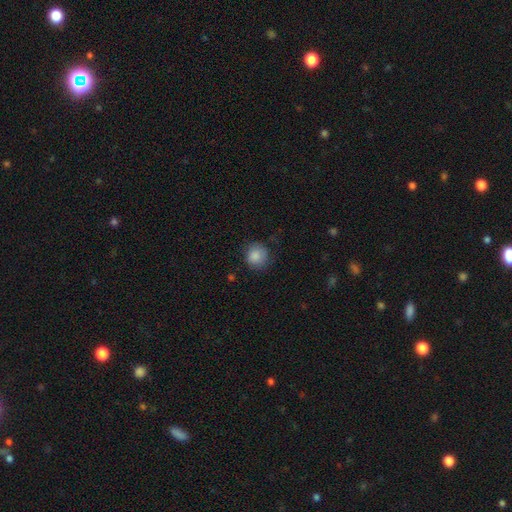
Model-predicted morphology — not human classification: A smooth galaxy with no disk features (87%) that is round (88%).

Vote fractions:
- Smooth or featured? smooth: 87% / star or artifact: 8% / featured or disk: 5%
- How rounded? round: 88% / in between: 11% / cigar-shaped: 1%
- Merging? none: 78% / minor disturbance: 16% / major disturbance: 4% / merger: 1%